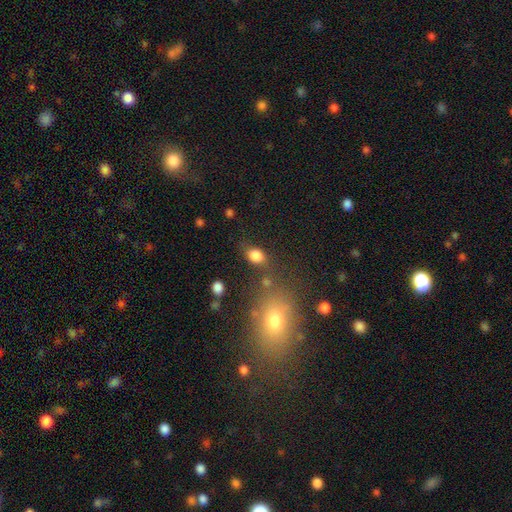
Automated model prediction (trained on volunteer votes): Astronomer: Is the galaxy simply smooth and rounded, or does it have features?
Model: smooth — 83%.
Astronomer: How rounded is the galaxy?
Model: in between — 70%.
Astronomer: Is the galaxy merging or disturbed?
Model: none — 67%.